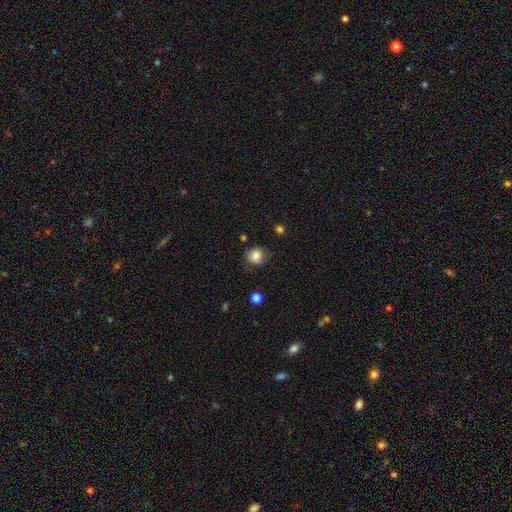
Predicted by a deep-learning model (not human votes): smooth_or_featured: smooth (p=0.78) [alt: featured or disk p=0.11]
how_rounded: round (p=0.72) [alt: in between p=0.28]
merging: none (p=0.67) [alt: minor disturbance p=0.23]